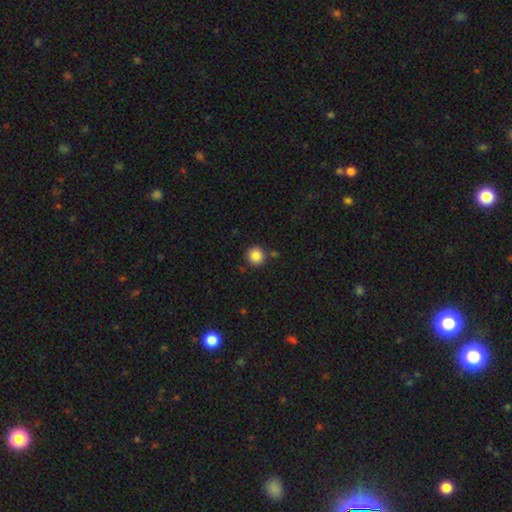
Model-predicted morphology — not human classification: A smooth galaxy with no disk features (86%) that is round (94%).

Vote fractions:
- Smooth or featured? smooth: 86% / star or artifact: 10% / featured or disk: 4%
- How rounded? round: 94% / in between: 5% / cigar-shaped: 1%
- Merging? none: 86% / minor disturbance: 8% / merger: 5% / major disturbance: 2%